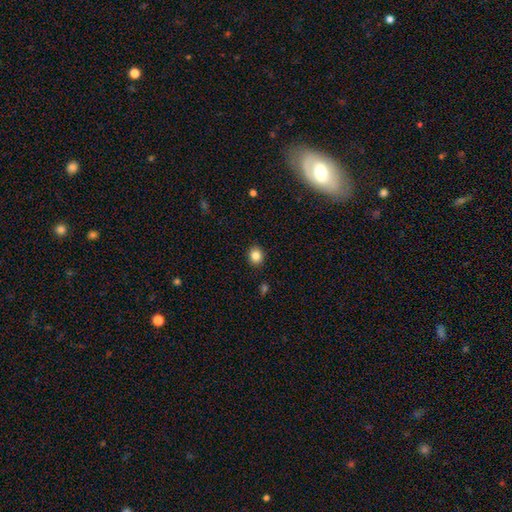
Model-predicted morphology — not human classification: Smooth or featured? smooth (84%)
How rounded? round (74%)
Merging? none (91%)